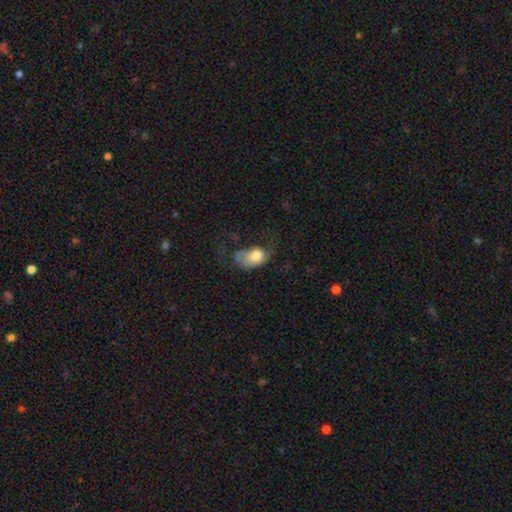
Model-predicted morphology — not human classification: Smooth or featured: smooth — 67% (featured or disk — 25%)
How rounded: in between — 84% (round — 14%)
Merging: major disturbance — 52% (minor disturbance — 23%)